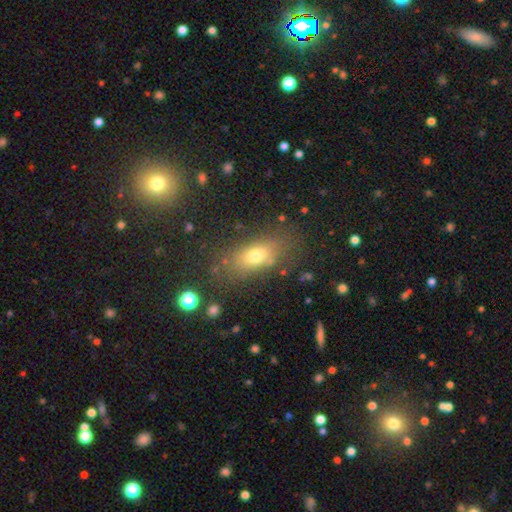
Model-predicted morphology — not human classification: smooth_or_featured: smooth (p=0.71) [alt: featured or disk p=0.16]
how_rounded: in between (p=0.79) [alt: cigar-shaped p=0.12]
merging: none (p=0.74) [alt: minor disturbance p=0.15]